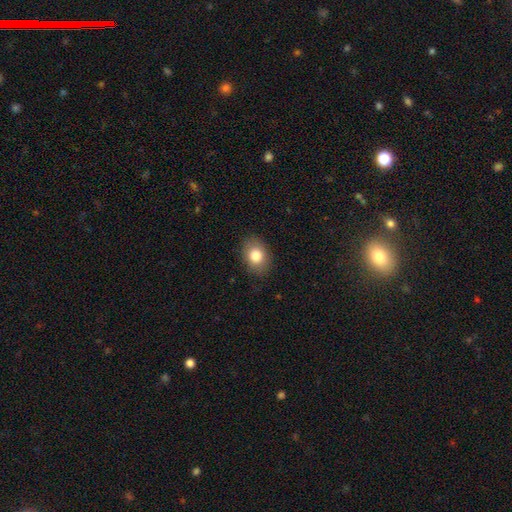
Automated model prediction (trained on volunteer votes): A smooth galaxy with no disk features (81%) that is in between round and cigar-shaped (70%). Merging: none (86%).